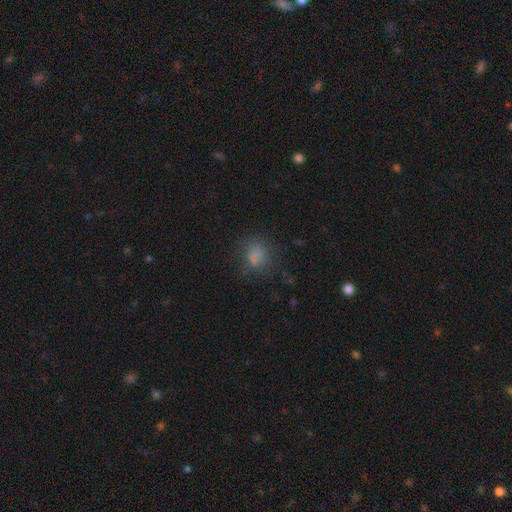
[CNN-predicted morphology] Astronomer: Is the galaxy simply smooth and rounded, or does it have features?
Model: smooth — 73%.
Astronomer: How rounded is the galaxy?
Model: round — 59% (runner-up: in between, 39%).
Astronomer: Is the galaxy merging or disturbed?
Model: none — 63%.